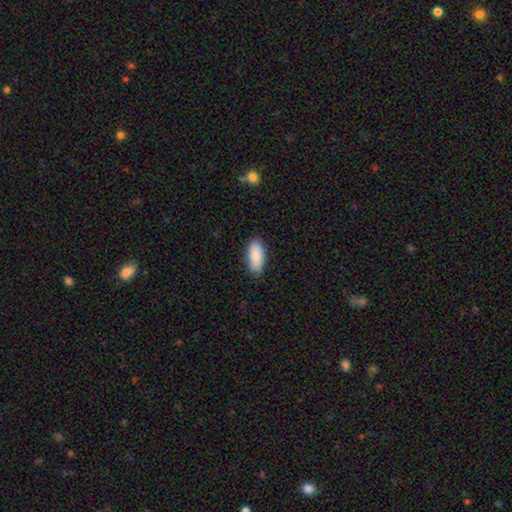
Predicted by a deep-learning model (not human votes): This appears to be a smooth galaxy with no disk features (88%) that is in between round and cigar-shaped (86%). Merging: none (86%).